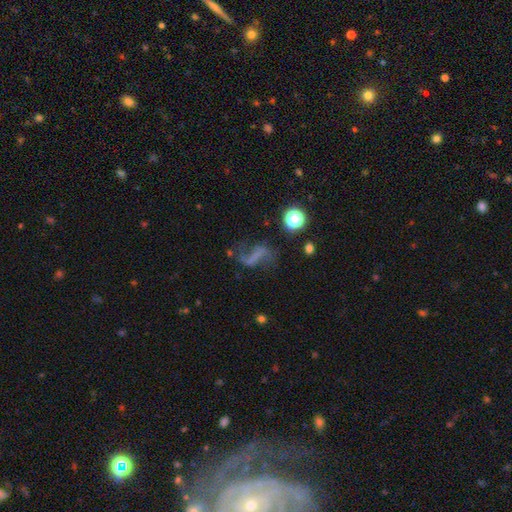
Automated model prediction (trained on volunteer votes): Overall: featured or disk (53%; star or artifact 24%). Edge-on disk: no (93%). Merging: none (52%; major disturbance 24%).